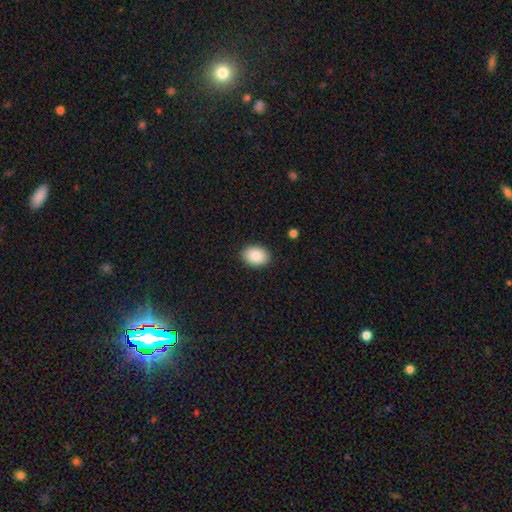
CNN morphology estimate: This appears to be a smooth galaxy with no disk features (88%) that is in between round and cigar-shaped (72%). Merging: none (89%).